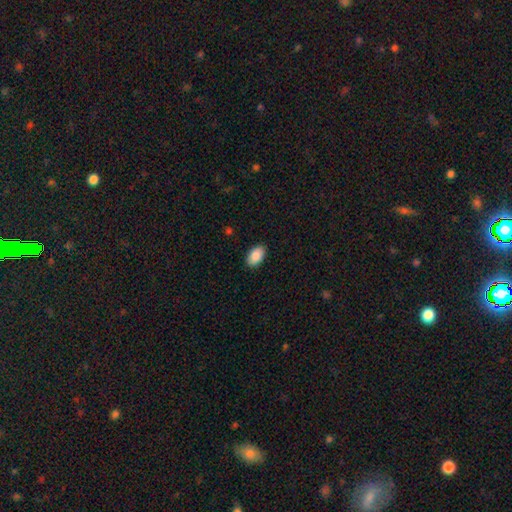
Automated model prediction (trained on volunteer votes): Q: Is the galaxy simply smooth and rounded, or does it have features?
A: smooth — 90%.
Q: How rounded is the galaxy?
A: in between — 93%.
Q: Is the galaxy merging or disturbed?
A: none — 89%.